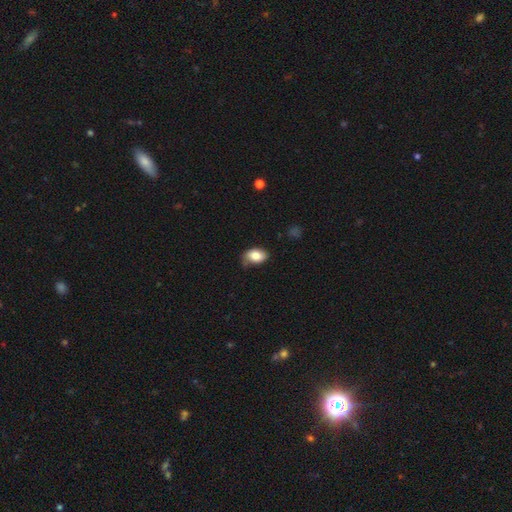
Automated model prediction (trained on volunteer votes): Overall: smooth (81%). How rounded: in between (87%). Merging: none (61%; minor disturbance 30%).